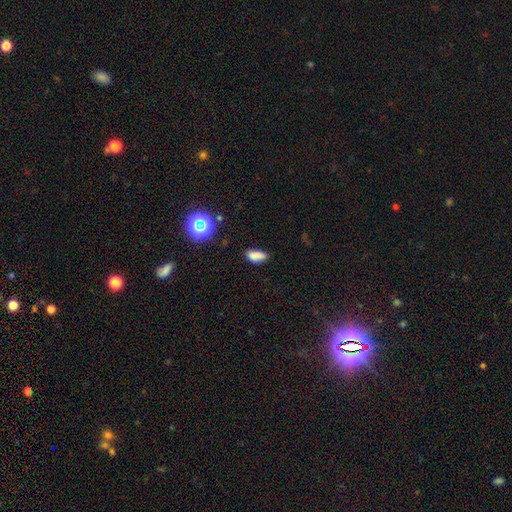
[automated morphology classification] This is likely a smooth galaxy (75%). How rounded: likely in between (76%). Merging: possibly none (56%).